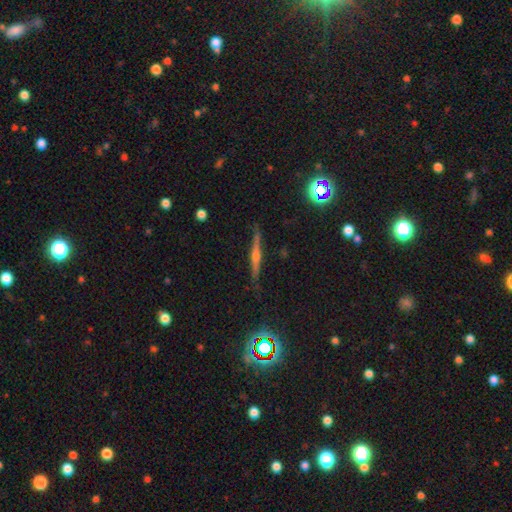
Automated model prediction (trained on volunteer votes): Smooth or featured?
  - featured or disk: 73% *
  - smooth: 15%
  - star or artifact: 12%
Edge-on disk?
  - yes: 97% *
  - no: 3%
Edge-on bulge?
  - rounded: 84% *
  - none: 9%
  - boxy: 7%
Merging?
  - none: 89% *
  - minor disturbance: 8%
  - major disturbance: 2%
  - merger: 1%